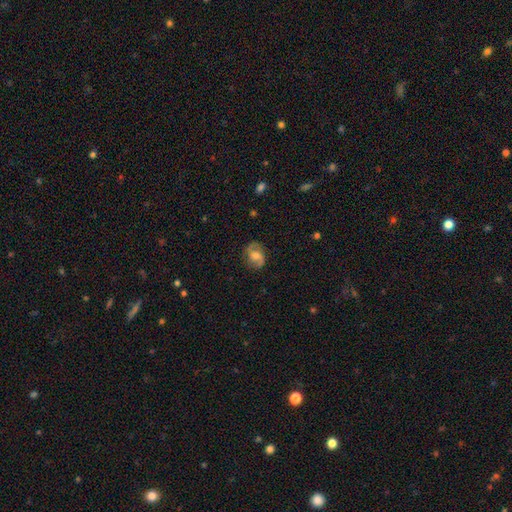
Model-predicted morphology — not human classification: Q: Smooth or featured?
A: featured or disk (68%); runner-up: smooth (25%)
Q: Edge-on disk?
A: no (97%); runner-up: yes (3%)
Q: Bar?
A: no (48%); runner-up: weak (41%)
Q: Spiral arms?
A: yes (91%); runner-up: no (9%)
Q: Spiral winding?
A: medium (45%); runner-up: loose (38%)
Q: Spiral arm count?
A: 2 (89%); runner-up: can't tell (5%)
Q: Bulge size?
A: moderate (62%); runner-up: small (27%)
Q: Merging?
A: none (79%); runner-up: minor disturbance (15%)